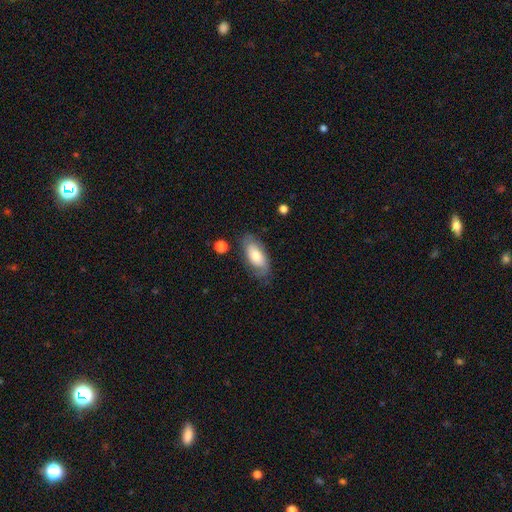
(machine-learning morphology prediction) Smooth or featured: smooth — 62% (featured or disk — 32%)
How rounded: in between — 89% (cigar-shaped — 8%)
Merging: none — 72% (minor disturbance — 19%)